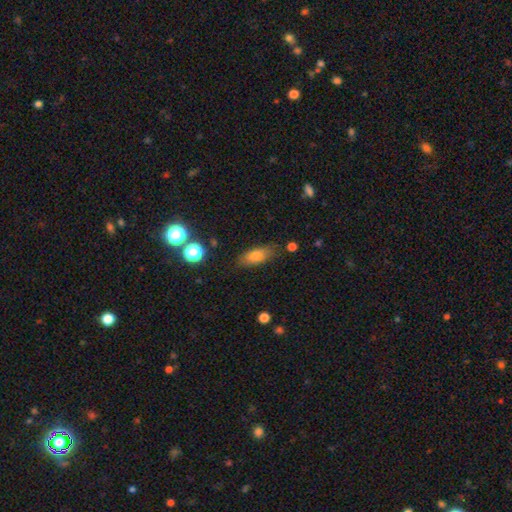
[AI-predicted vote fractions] Smooth or featured?
  - smooth: 76% *
  - featured or disk: 13%
  - star or artifact: 10%
How rounded?
  - in between: 74% *
  - cigar-shaped: 21%
  - round: 5%
Merging?
  - none: 79% *
  - minor disturbance: 14%
  - major disturbance: 4%
  - merger: 3%